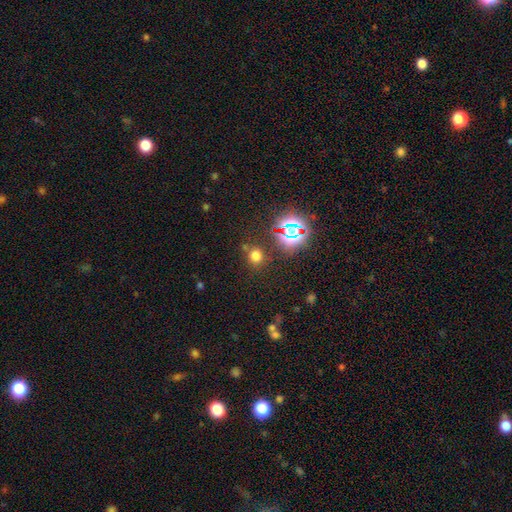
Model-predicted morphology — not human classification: A smooth galaxy with no disk features (64%) that is round (78%).

Vote fractions:
- Smooth or featured? smooth: 64% / star or artifact: 29% / featured or disk: 7%
- How rounded? round: 78% / in between: 21% / cigar-shaped: 1%
- Merging? none: 78% / minor disturbance: 11% / merger: 7% / major disturbance: 4%